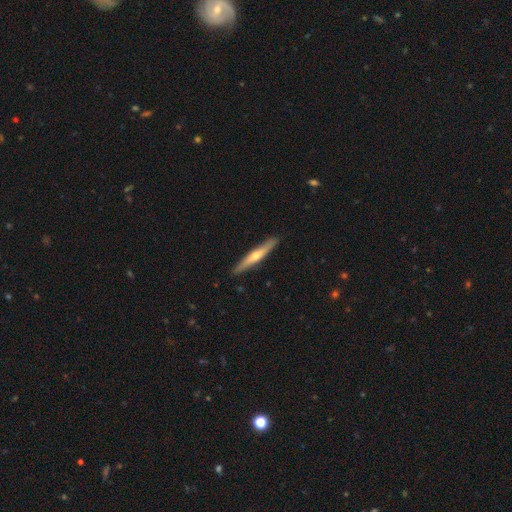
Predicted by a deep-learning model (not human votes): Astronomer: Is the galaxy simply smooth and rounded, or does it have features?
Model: featured or disk — 59% (runner-up: smooth, 36%).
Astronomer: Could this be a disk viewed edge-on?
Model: yes — 95%.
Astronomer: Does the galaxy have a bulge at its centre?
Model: rounded — 85%.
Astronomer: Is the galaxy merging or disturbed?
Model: none — 91%.